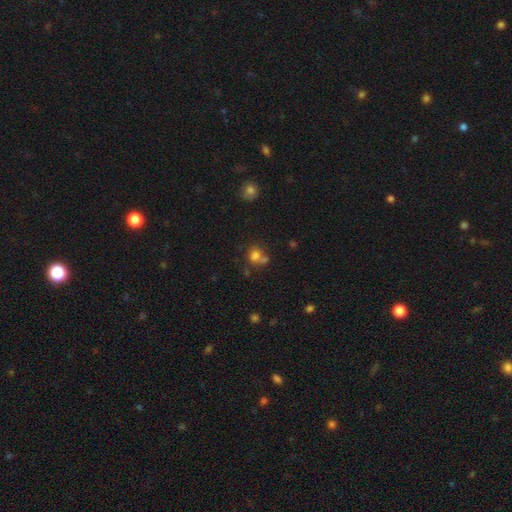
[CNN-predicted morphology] This appears to be a smooth galaxy with no disk features (73%) that is round (60%). Merging: none (39%).